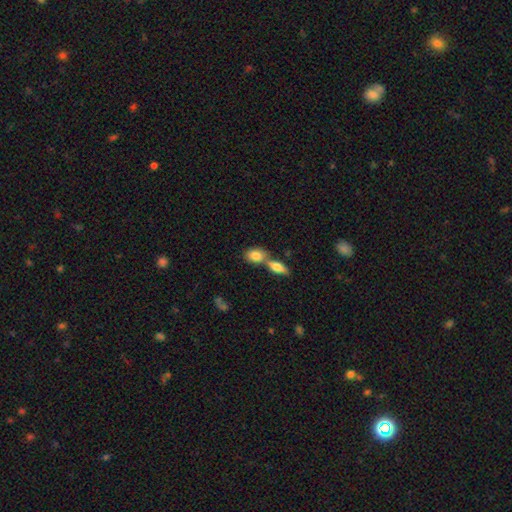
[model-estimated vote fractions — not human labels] smooth-or-featured: smooth: 83% | featured or disk: 10% | star or artifact: 7%
  how-rounded: in between: 75% | round: 21% | cigar-shaped: 4%
  merging: merger: 49% | none: 39% | minor disturbance: 8% | major disturbance: 3%